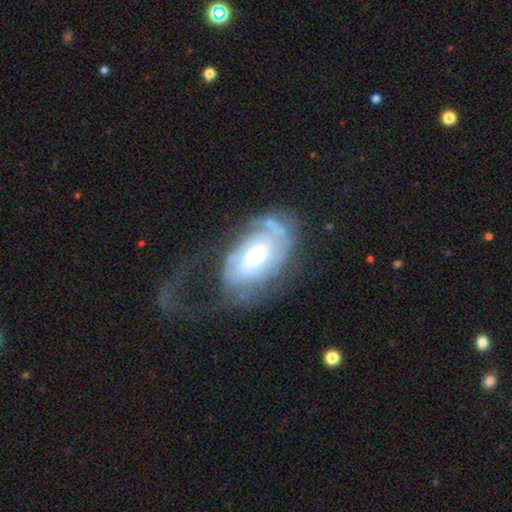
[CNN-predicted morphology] Q: Smooth or featured?
A: featured or disk (84%); runner-up: smooth (11%)
Q: Edge-on disk?
A: no (96%); runner-up: yes (4%)
Q: Bar?
A: no (45%); runner-up: weak (39%)
Q: Spiral arms?
A: yes (92%); runner-up: no (8%)
Q: Spiral winding?
A: tight (58%); runner-up: medium (30%)
Q: Spiral arm count?
A: 2 (34%); runner-up: can't tell (32%)
Q: Bulge size?
A: moderate (67%); runner-up: small (15%)
Q: Merging?
A: major disturbance (39%); runner-up: none (37%)